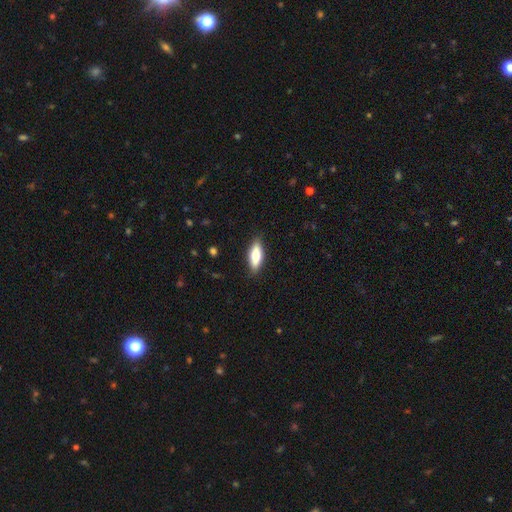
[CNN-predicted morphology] smooth 75%, featured or disk 19%, star or artifact 6%. Down the decision tree: how rounded — in between (65%); merging — none (86%).